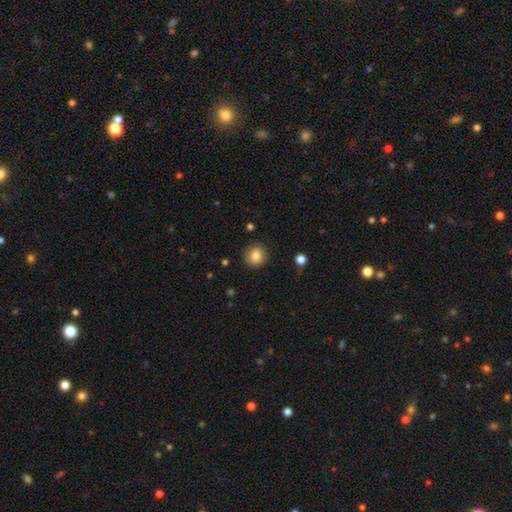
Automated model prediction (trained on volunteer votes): smooth 84%, star or artifact 10%, featured or disk 6%. Down the decision tree: how rounded — round (88%); merging — none (89%).